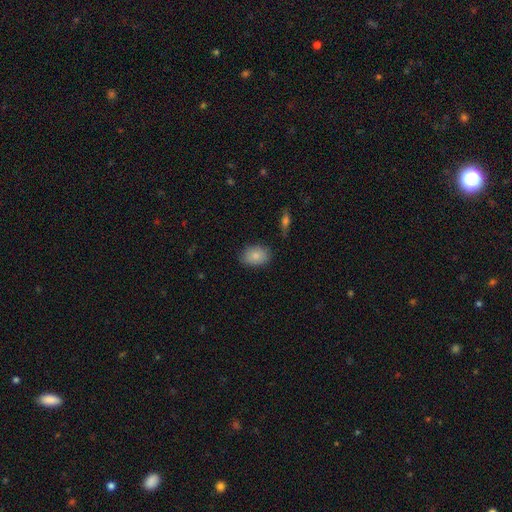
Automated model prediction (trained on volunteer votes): The model was most divided on "how rounded": in between: 82%, round: 16%, cigar-shaped: 1%. More confident: smooth or featured — smooth (86%); merging — none (83%).